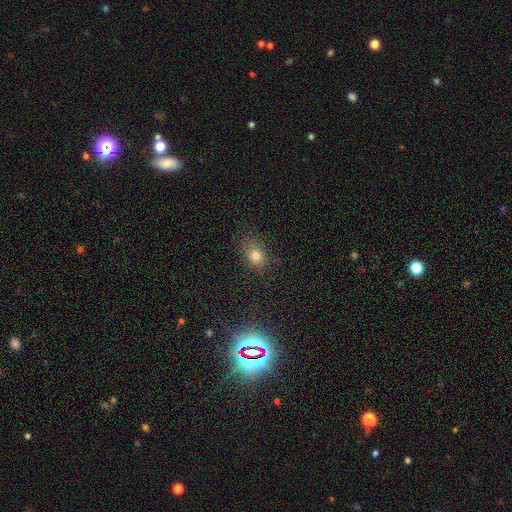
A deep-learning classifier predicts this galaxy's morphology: Smooth or featured: smooth — 77% (star or artifact — 14%)
How rounded: in between — 66% (round — 33%)
Merging: none — 79% (minor disturbance — 14%)